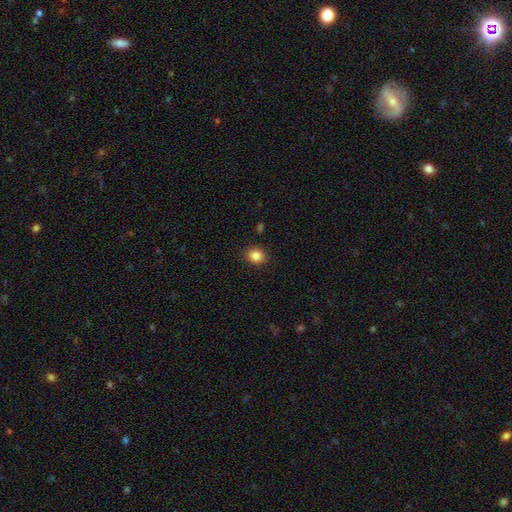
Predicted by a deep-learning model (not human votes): Smooth or featured: smooth — 85% (star or artifact — 10%)
How rounded: round — 74% (in between — 25%)
Merging: none — 90% (minor disturbance — 7%)